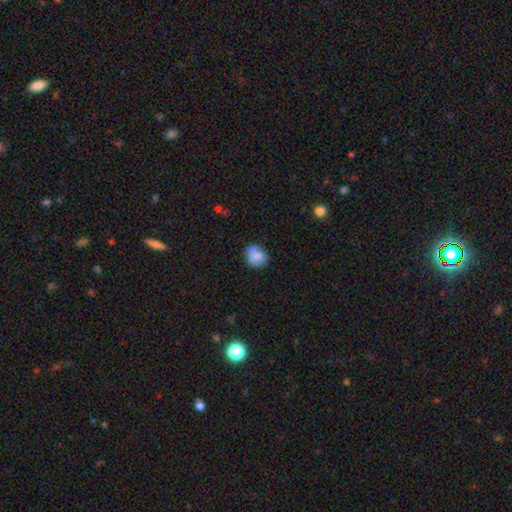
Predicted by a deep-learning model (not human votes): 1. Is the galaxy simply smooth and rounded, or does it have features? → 79% smooth, 12% featured or disk, 9% star or artifact.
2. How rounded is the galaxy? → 65% round, 34% in between, 1% cigar-shaped.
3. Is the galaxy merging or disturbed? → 59% none, 28% minor disturbance, 7% major disturbance, 6% merger.